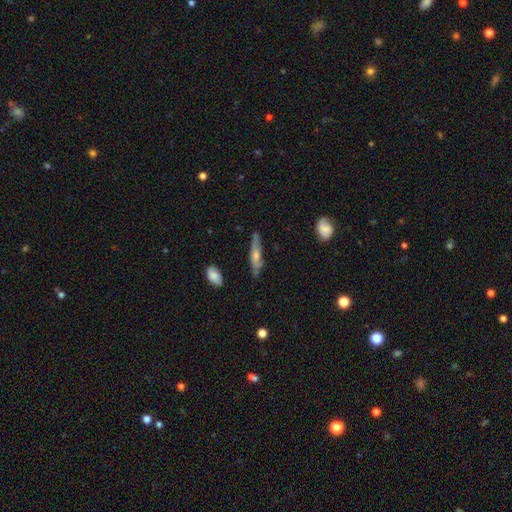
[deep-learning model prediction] featured or disk 52%, smooth 40%, star or artifact 8%. Down the decision tree: edge-on disk — yes (81%); merging — none (80%).